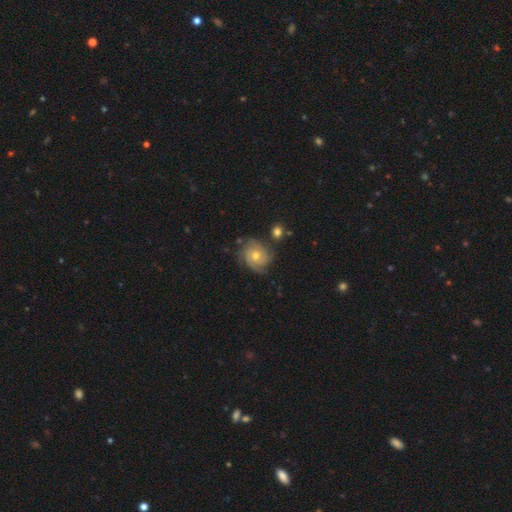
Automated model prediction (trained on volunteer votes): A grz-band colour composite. It shows a featured or disk galaxy (71%) with no bar (79%), 3 (32%) tight (62%) spiral arms (92%) and a moderate central bulge (64%). Merging: none (68%).